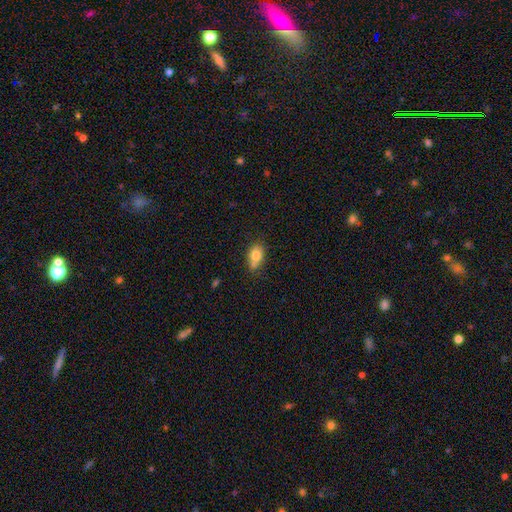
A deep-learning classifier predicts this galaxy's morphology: A smooth galaxy with no disk features (79%) that is in between round and cigar-shaped (72%).

Vote fractions:
- Smooth or featured? smooth: 79% / featured or disk: 12% / star or artifact: 9%
- How rounded? in between: 72% / round: 26% / cigar-shaped: 2%
- Merging? none: 55% / minor disturbance: 21% / merger: 20% / major disturbance: 5%